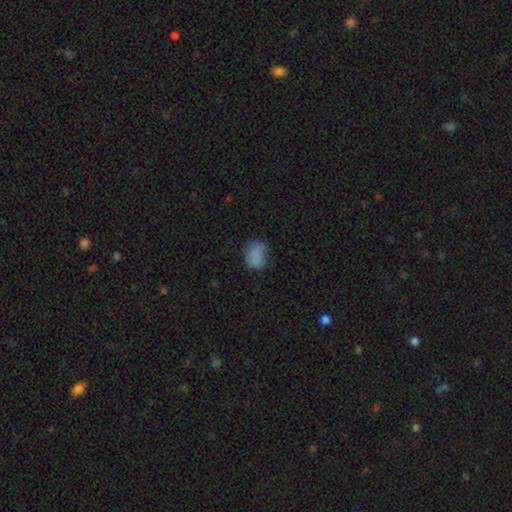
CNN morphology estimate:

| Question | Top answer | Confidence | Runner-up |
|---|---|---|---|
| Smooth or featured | smooth | 82% | star or artifact (11%) |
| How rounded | in between | 60% | round (39%) |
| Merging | none | 65% | minor disturbance (26%) |